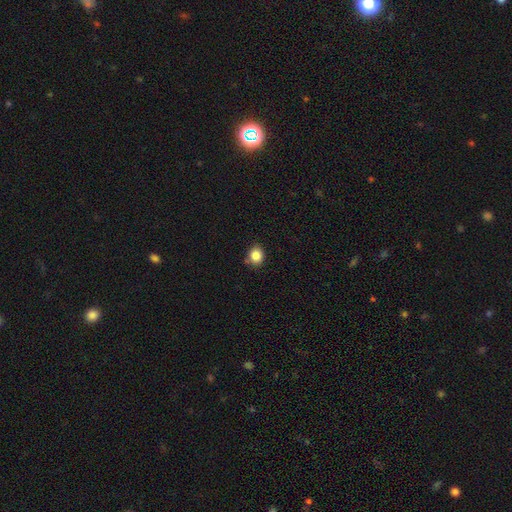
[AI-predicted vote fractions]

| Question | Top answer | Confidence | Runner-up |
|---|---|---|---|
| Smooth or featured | smooth | 85% | star or artifact (10%) |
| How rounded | round | 69% | in between (30%) |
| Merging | none | 80% | minor disturbance (13%) |